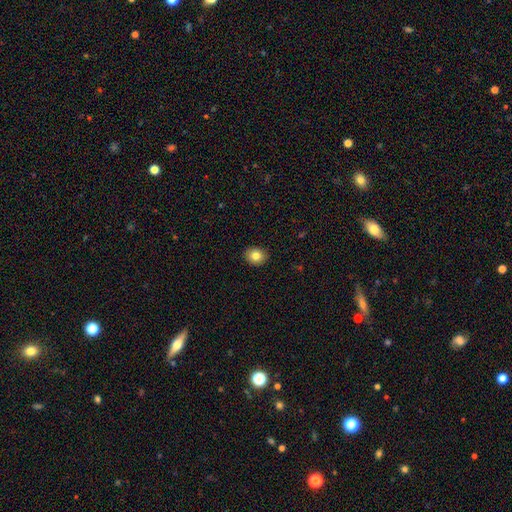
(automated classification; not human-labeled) The model was most divided on "how rounded": round: 61%, in between: 39%, cigar-shaped: 1%. More confident: merging — none (91%); smooth or featured — smooth (82%).